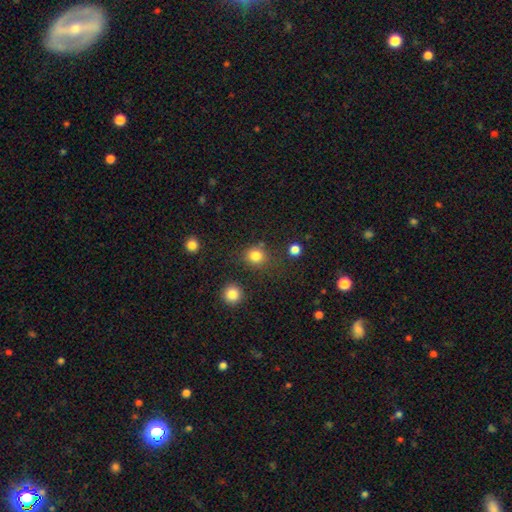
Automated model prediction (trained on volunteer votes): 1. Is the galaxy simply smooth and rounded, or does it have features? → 82% smooth, 13% star or artifact, 5% featured or disk.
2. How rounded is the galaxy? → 84% round, 15% in between, 1% cigar-shaped.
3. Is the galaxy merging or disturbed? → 79% none, 10% minor disturbance, 6% merger, 4% major disturbance.